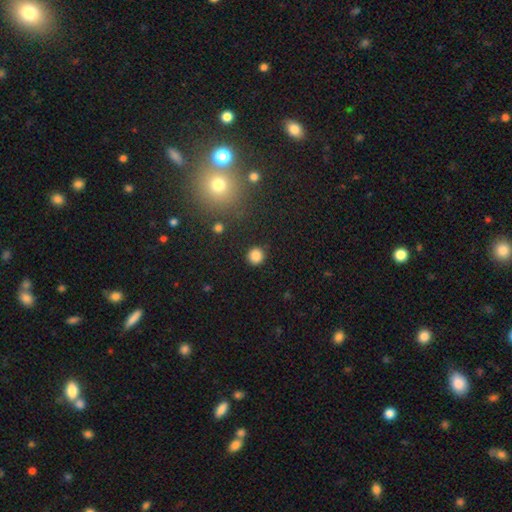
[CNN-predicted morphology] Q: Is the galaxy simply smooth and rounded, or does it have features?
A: smooth — 84%.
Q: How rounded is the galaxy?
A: round — 92%.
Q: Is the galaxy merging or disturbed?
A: none — 87%.